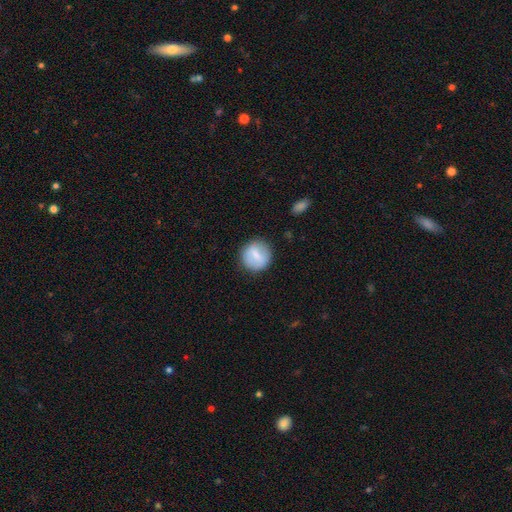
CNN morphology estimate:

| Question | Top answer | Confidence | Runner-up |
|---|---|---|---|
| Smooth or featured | smooth | 67% | featured or disk (26%) |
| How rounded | round | 88% | in between (11%) |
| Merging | none | 84% | minor disturbance (11%) |